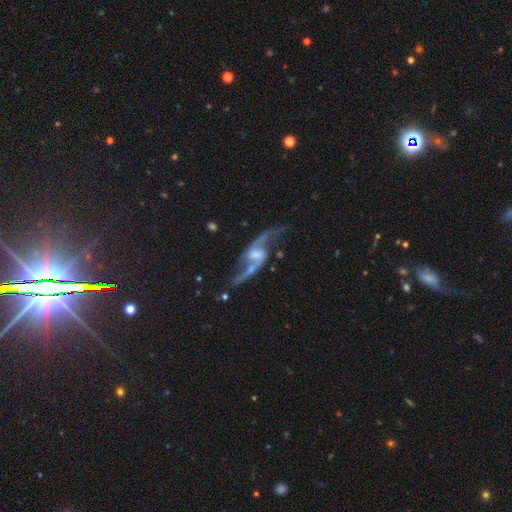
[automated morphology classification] type=featured or disk (89%); edge-on=no (91%); bar=weak (47%); spiral arms=yes (95%); winding=loose (82%); arm count=2 (93%); bulge=small (41%); merging=none (67%).